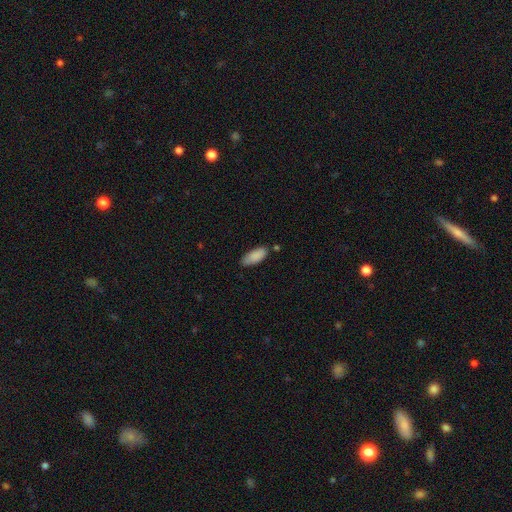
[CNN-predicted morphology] Smooth or featured? Predicted: smooth (p=0.88). How rounded? Predicted: in between (p=0.84). Merging? Predicted: none (p=0.72).